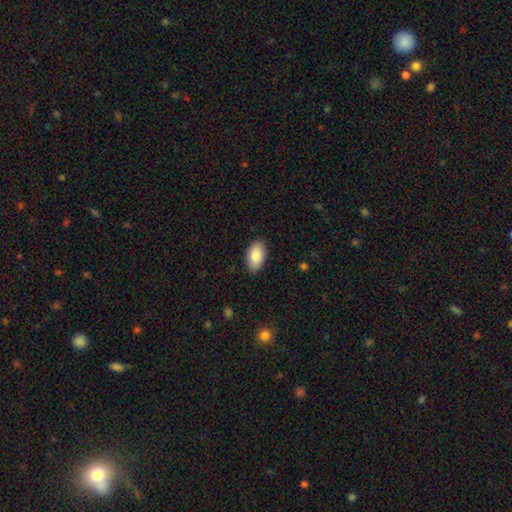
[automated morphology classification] smooth-or-featured: smooth: 86% | featured or disk: 8% | star or artifact: 6%
  how-rounded: in between: 94% | round: 4% | cigar-shaped: 2%
  merging: none: 88% | minor disturbance: 9% | major disturbance: 2% | merger: 1%